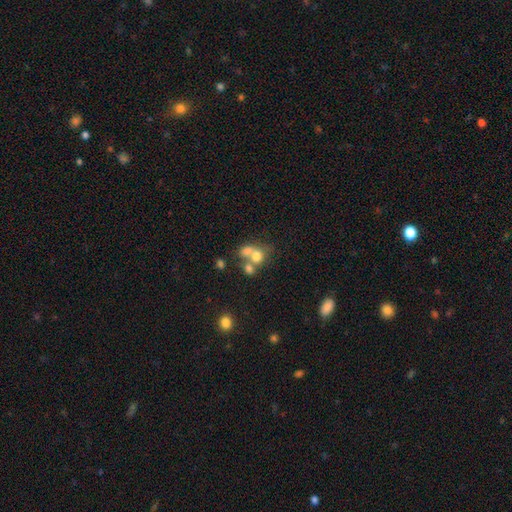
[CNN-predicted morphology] smooth_or_featured: smooth (p=0.67) [alt: featured or disk p=0.20]
how_rounded: round (p=0.70) [alt: in between p=0.29]
merging: merger (p=0.58) [alt: none p=0.29]